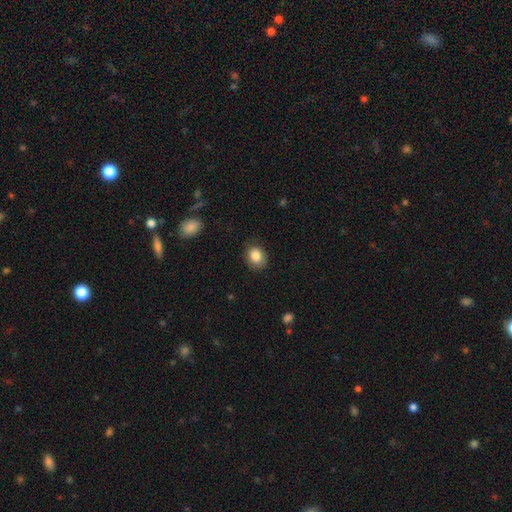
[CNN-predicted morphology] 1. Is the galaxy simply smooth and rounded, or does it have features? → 86% smooth, 9% star or artifact, 6% featured or disk.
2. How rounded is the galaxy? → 50% in between, 49% round, 1% cigar-shaped.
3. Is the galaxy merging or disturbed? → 83% none, 13% minor disturbance, 3% major disturbance, 1% merger.